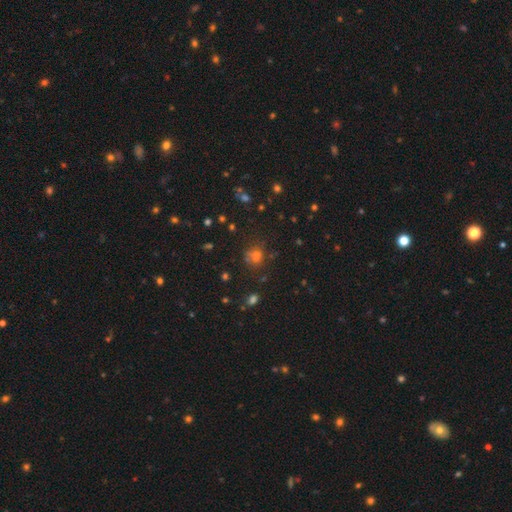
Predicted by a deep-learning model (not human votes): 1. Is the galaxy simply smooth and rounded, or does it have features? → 60% smooth, 32% star or artifact, 9% featured or disk.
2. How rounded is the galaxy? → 78% round, 20% in between, 1% cigar-shaped.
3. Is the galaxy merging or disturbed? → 69% none, 16% minor disturbance, 8% major disturbance, 6% merger.